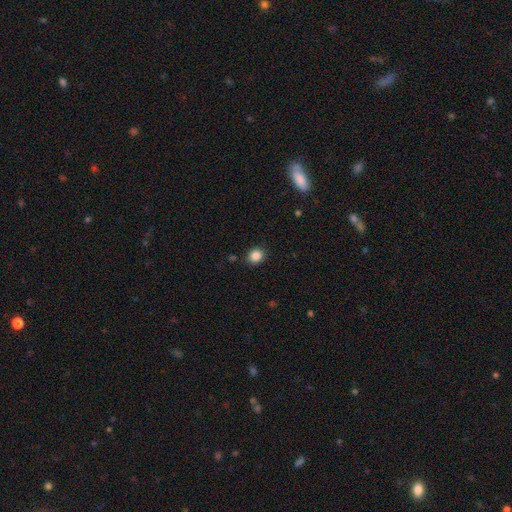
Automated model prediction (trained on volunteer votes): A smooth galaxy with no disk features (86%) that is round (75%).

Vote fractions:
- Smooth or featured? smooth: 86% / star or artifact: 10% / featured or disk: 4%
- How rounded? round: 75% / in between: 24% / cigar-shaped: 1%
- Merging? none: 89% / minor disturbance: 8% / major disturbance: 2% / merger: 2%